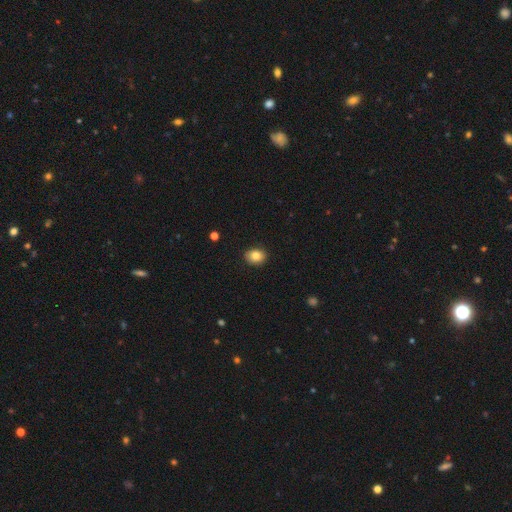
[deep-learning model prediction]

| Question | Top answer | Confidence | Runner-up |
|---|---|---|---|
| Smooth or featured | smooth | 84% | star or artifact (9%) |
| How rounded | in between | 57% | round (42%) |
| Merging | none | 89% | minor disturbance (8%) |